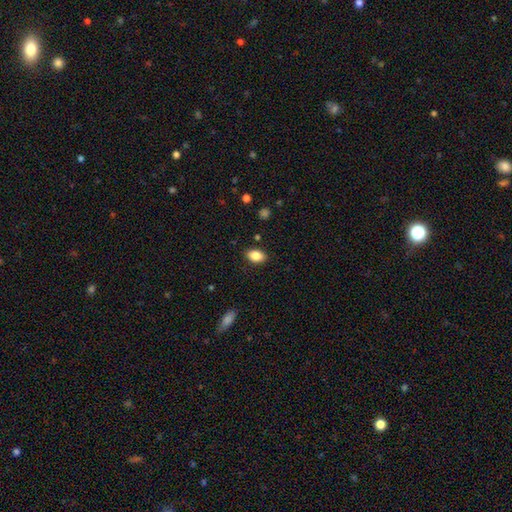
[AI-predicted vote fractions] smooth-or-featured: smooth: 85% | star or artifact: 8% | featured or disk: 7%
  how-rounded: in between: 88% | round: 10% | cigar-shaped: 2%
  merging: none: 87% | minor disturbance: 9% | major disturbance: 2% | merger: 1%